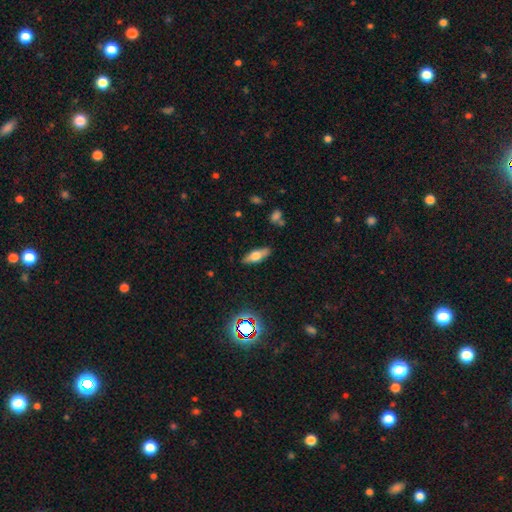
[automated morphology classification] Smooth or featured? smooth (54%)
How rounded? in between (64%)
Merging? none (84%)